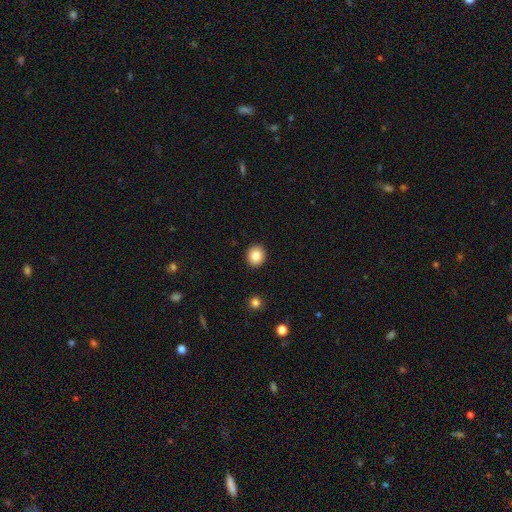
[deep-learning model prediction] Morphology: type=smooth (84%); roundness=round (77%); merging=none (92%).